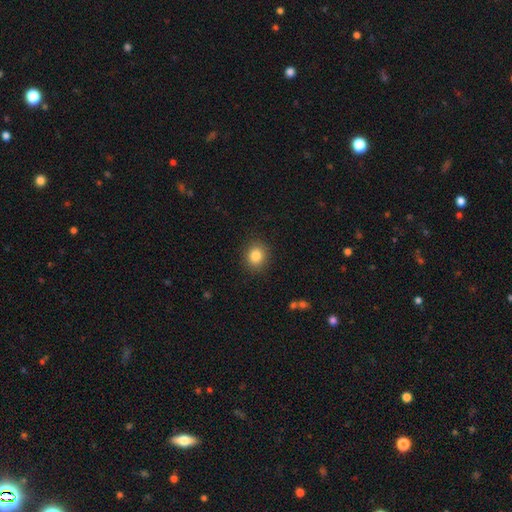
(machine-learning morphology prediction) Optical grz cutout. It shows a smooth galaxy with no disk features (85%) that is round (76%). Merging: none (89%).